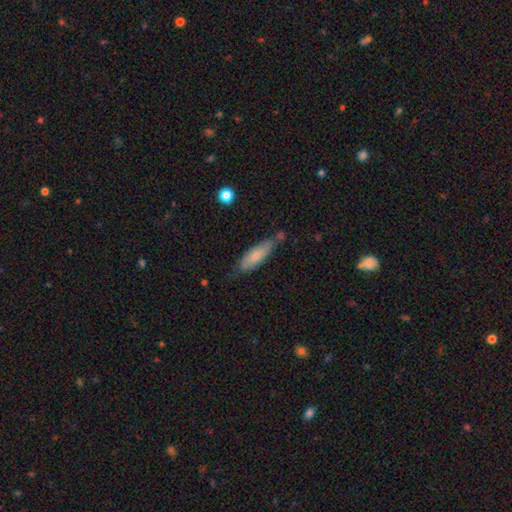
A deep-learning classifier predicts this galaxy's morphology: Smooth or featured?
  - smooth: 74% *
  - featured or disk: 20%
  - star or artifact: 6%
How rounded?
  - cigar-shaped: 50% *
  - in between: 48%
  - round: 2%
Merging?
  - none: 62% *
  - minor disturbance: 26%
  - merger: 7%
  - major disturbance: 5%